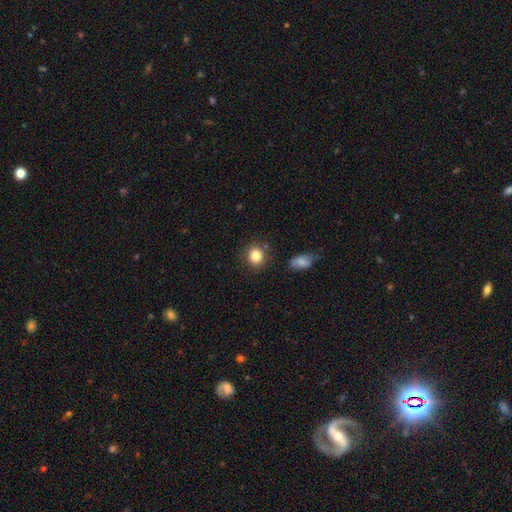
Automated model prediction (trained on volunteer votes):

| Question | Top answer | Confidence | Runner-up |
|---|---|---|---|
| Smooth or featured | smooth | 84% | star or artifact (10%) |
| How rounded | round | 75% | in between (24%) |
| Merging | none | 82% | minor disturbance (10%) |